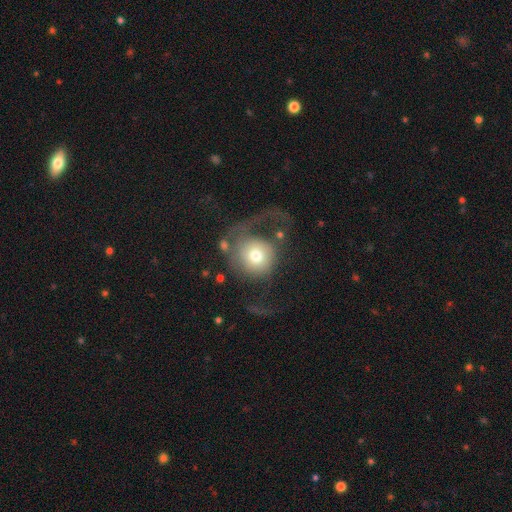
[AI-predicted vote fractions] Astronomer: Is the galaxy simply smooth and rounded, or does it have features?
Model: smooth — 51% (runner-up: featured or disk, 40%).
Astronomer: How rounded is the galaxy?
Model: round — 87%.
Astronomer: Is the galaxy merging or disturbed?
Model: major disturbance — 57%.